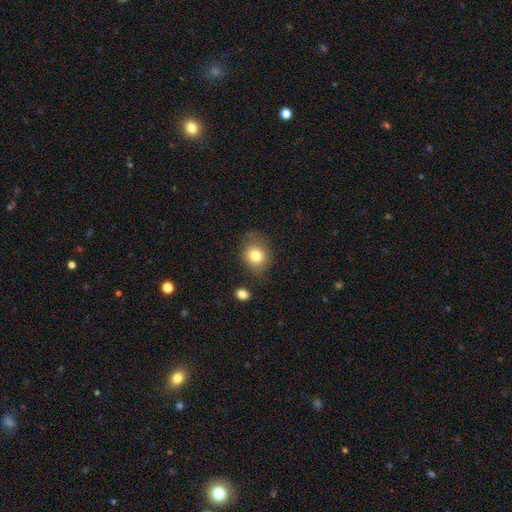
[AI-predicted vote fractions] A smooth galaxy with no disk features (79%) that is round (59%). Merging: none (71%).